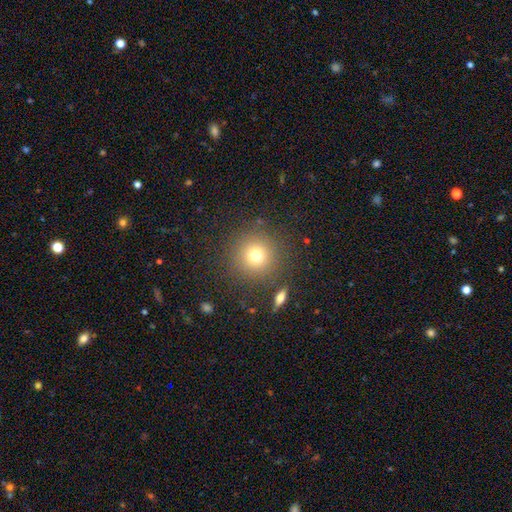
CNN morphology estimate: The model was most divided on "smooth or featured": smooth: 74%, star or artifact: 15%, featured or disk: 10%. More confident: how rounded — round (94%); merging — none (87%).